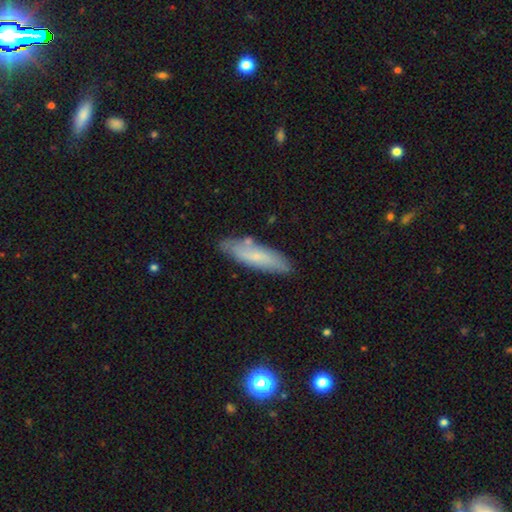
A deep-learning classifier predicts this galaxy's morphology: A smooth galaxy with no disk features (62%) that is cigar-shaped (63%).

Vote fractions:
- Smooth or featured? smooth: 62% / featured or disk: 31% / star or artifact: 7%
- How rounded? cigar-shaped: 63% / in between: 35% / round: 2%
- Merging? none: 77% / minor disturbance: 16% / merger: 4% / major disturbance: 3%